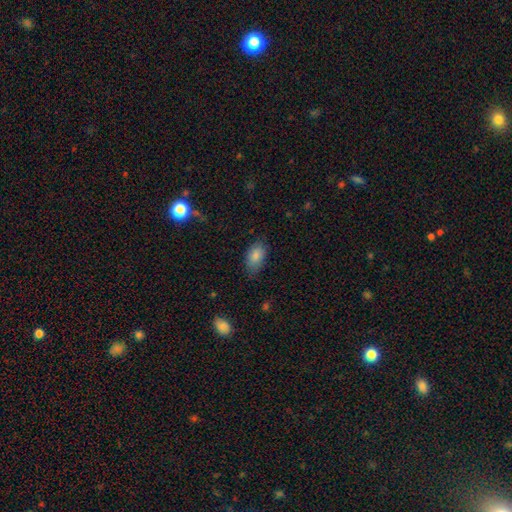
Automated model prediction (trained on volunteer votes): smooth-or-featured: smooth: 85% | star or artifact: 8% | featured or disk: 7%
  how-rounded: in between: 92% | round: 6% | cigar-shaped: 3%
  merging: none: 72% | minor disturbance: 22% | major disturbance: 5% | merger: 1%